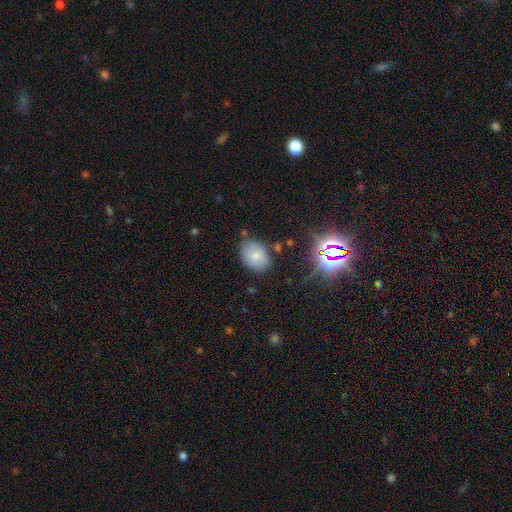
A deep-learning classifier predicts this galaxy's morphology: The model was most divided on "how rounded": in between: 76%, round: 23%, cigar-shaped: 1%. More confident: merging — none (76%); smooth or featured — smooth (74%).